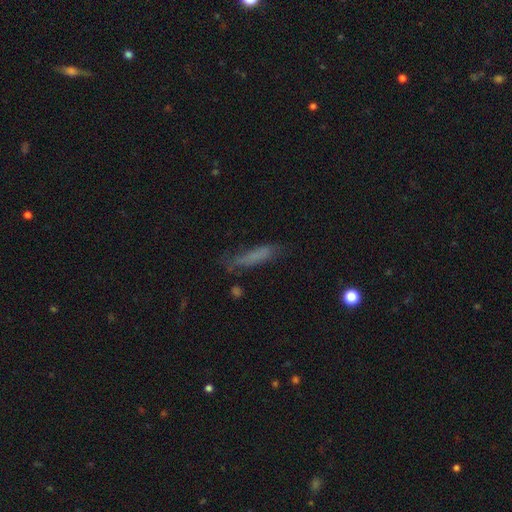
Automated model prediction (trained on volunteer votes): This appears to be a smooth galaxy with no disk features (66%) that is cigar-shaped (76%). Merging: none (58%).